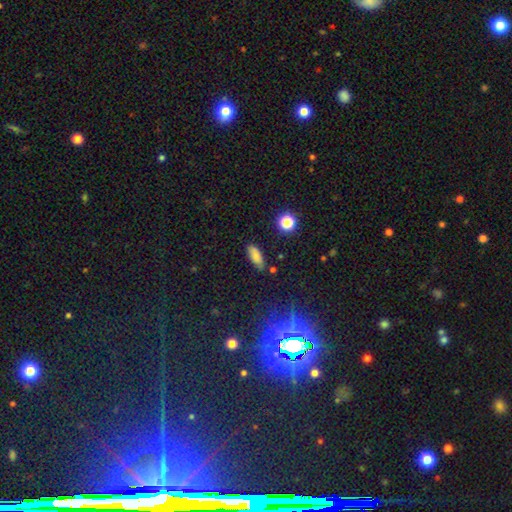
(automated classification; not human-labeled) smooth_or_featured: smooth (p=0.78) [alt: star or artifact p=0.12]
how_rounded: in between (p=0.75) [alt: cigar-shaped p=0.21]
merging: none (p=0.79) [alt: minor disturbance p=0.15]